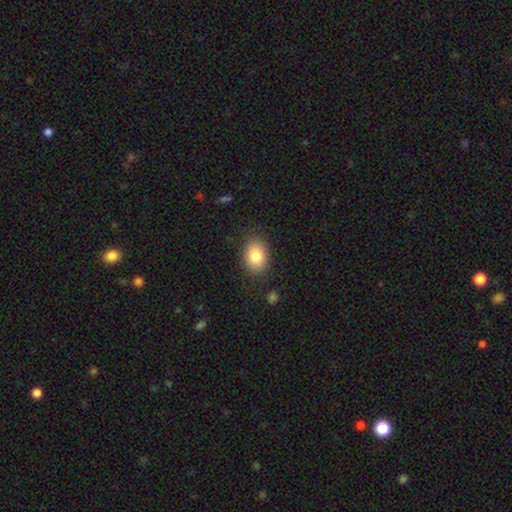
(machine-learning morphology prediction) Q: Smooth or featured?
A: smooth (83%); runner-up: star or artifact (8%)
Q: How rounded?
A: in between (68%); runner-up: round (31%)
Q: Merging?
A: none (85%); runner-up: minor disturbance (11%)